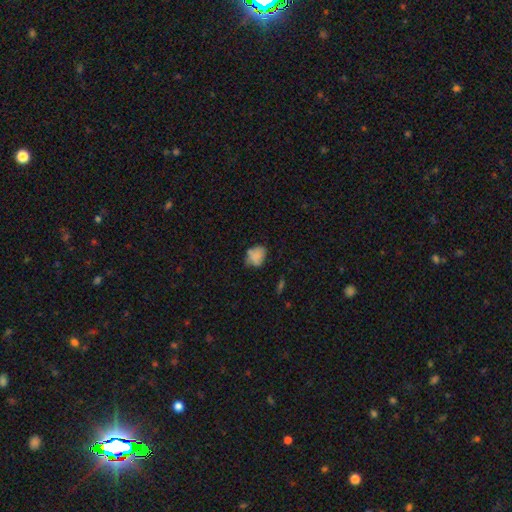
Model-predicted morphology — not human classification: Overall: smooth (76%). How rounded: in between (60%; round 39%). Merging: none (54%; minor disturbance 32%).